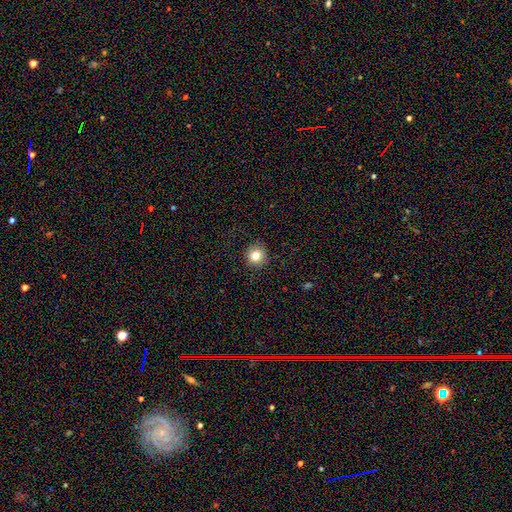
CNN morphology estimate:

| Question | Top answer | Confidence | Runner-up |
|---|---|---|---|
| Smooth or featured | smooth | 80% | star or artifact (12%) |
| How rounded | round | 94% | in between (5%) |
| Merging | none | 91% | minor disturbance (6%) |